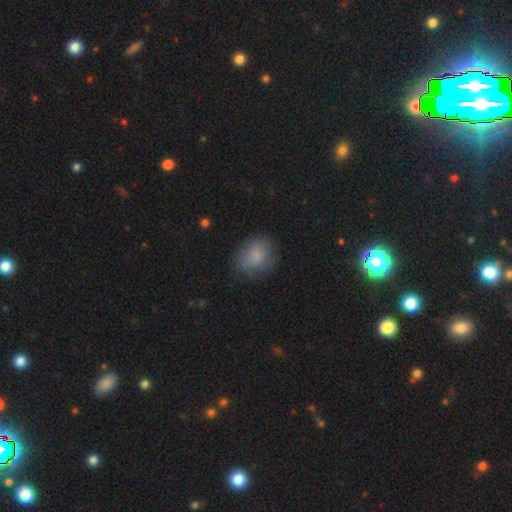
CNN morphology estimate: smooth 78%, featured or disk 13%, star or artifact 9%. Down the decision tree: how rounded — round (53%); merging — none (68%).